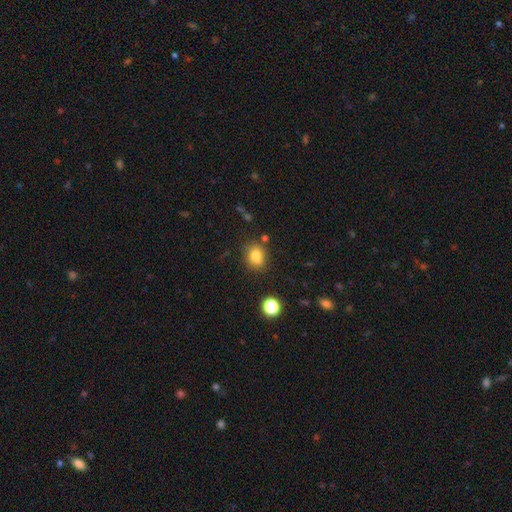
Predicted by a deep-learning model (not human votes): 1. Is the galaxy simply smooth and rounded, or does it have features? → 79% smooth, 13% star or artifact, 8% featured or disk.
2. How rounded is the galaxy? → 61% round, 38% in between, 1% cigar-shaped.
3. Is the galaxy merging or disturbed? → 73% none, 16% minor disturbance, 7% merger, 4% major disturbance.